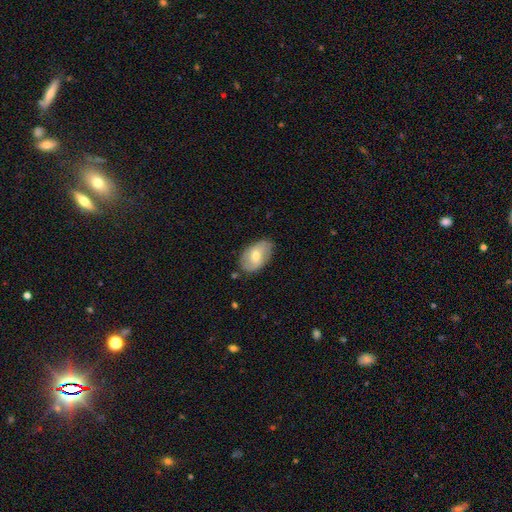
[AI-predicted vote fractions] Smooth or featured? smooth (50%)
Merging? none (75%)